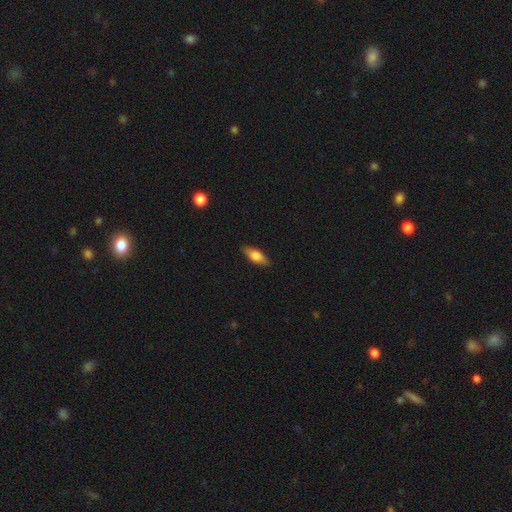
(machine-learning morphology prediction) Smooth or featured: smooth — 69% (featured or disk — 24%)
How rounded: in between — 73% (cigar-shaped — 24%)
Merging: none — 87% (minor disturbance — 10%)